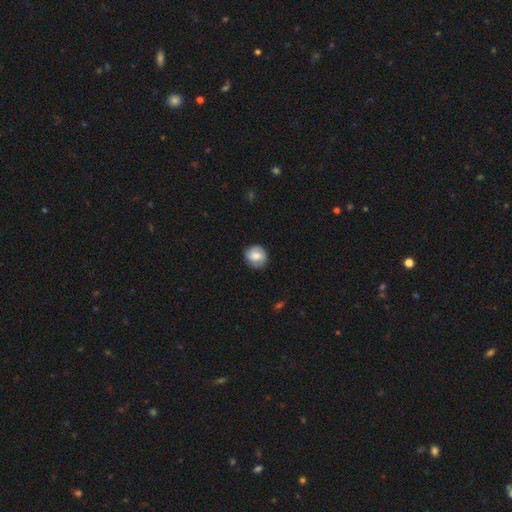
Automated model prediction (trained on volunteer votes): Q: Smooth or featured?
A: smooth (61%); runner-up: featured or disk (32%)
Q: How rounded?
A: round (84%); runner-up: in between (15%)
Q: Merging?
A: none (83%); runner-up: minor disturbance (13%)